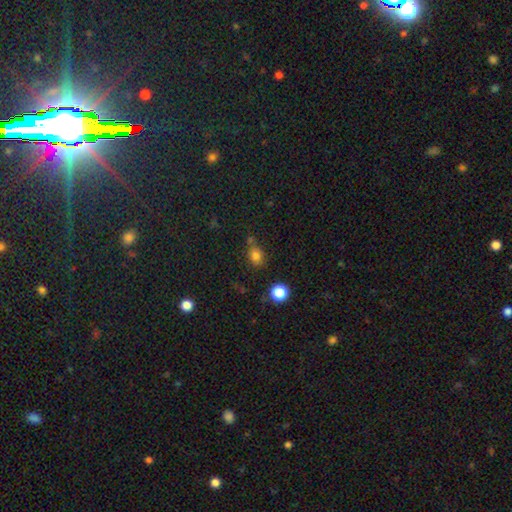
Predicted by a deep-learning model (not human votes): The model was most divided on "how rounded": round: 54%, in between: 45%, cigar-shaped: 1%. More confident: smooth or featured — smooth (78%); merging — none (60%).